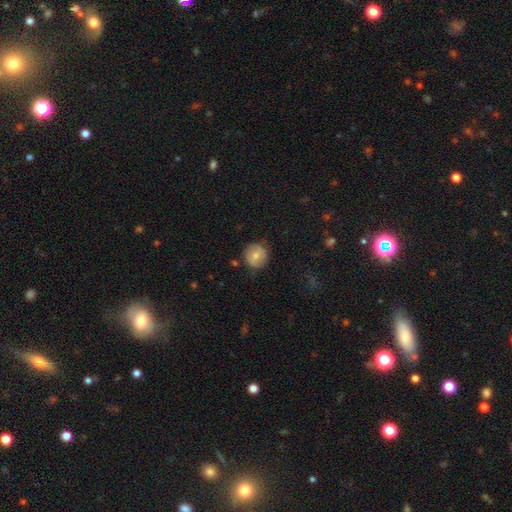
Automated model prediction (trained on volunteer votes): smooth 63%, featured or disk 29%, star or artifact 7%. Down the decision tree: how rounded — round (89%); merging — none (79%).